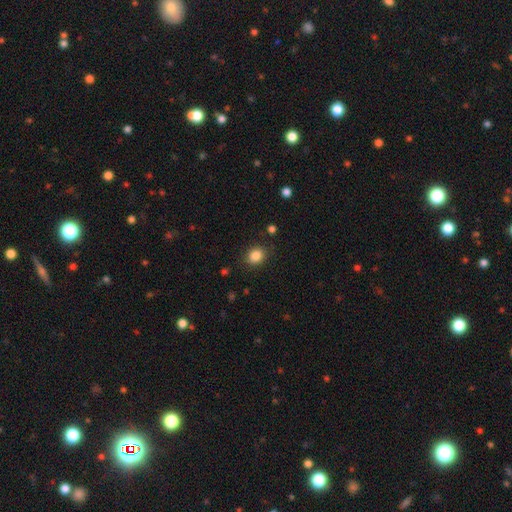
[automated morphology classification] smooth_or_featured: smooth (p=0.85) [alt: star or artifact p=0.10]
how_rounded: round (p=0.58) [alt: in between p=0.41]
merging: none (p=0.85) [alt: minor disturbance p=0.10]